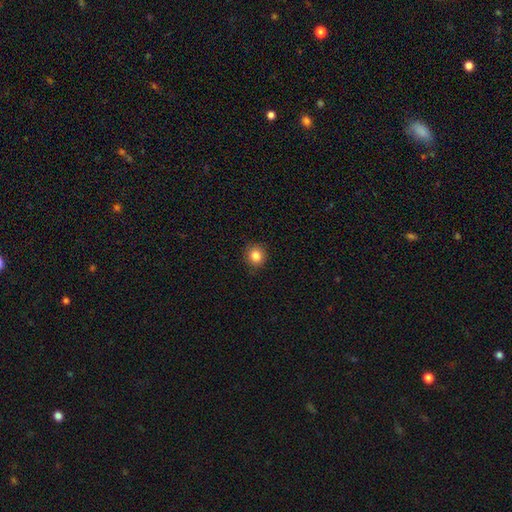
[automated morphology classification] type=smooth (84%); roundness=round (90%); merging=none (91%).